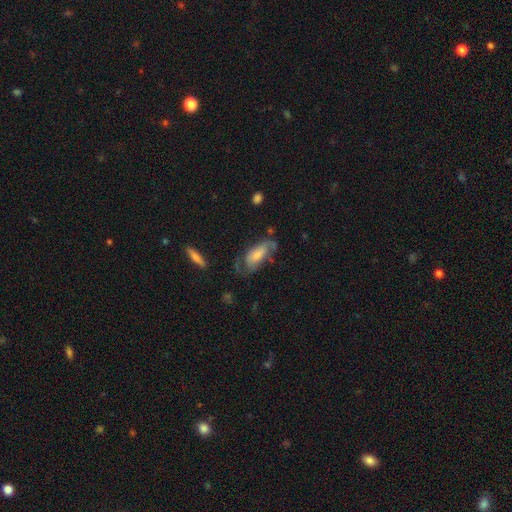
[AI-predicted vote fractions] Overall: smooth (48%; featured or disk 45%). Merging: none (44%; minor disturbance 29%).